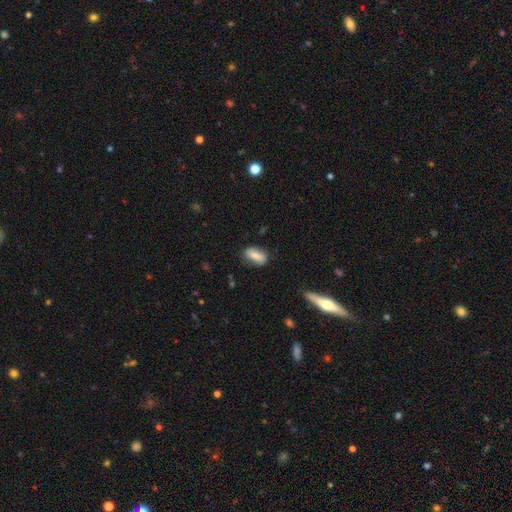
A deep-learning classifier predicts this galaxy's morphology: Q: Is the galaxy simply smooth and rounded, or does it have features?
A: smooth — 79%.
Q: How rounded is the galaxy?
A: in between — 83%.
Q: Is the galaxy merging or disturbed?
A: none — 78%.